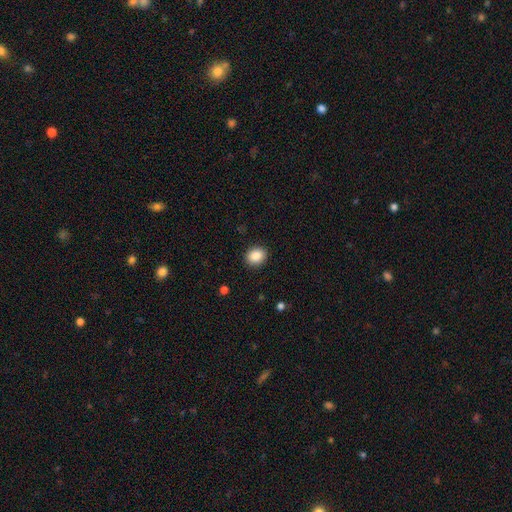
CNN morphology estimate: The model was most divided on "how rounded": round: 58%, in between: 42%, cigar-shaped: 1%. More confident: merging — none (90%); smooth or featured — smooth (88%).